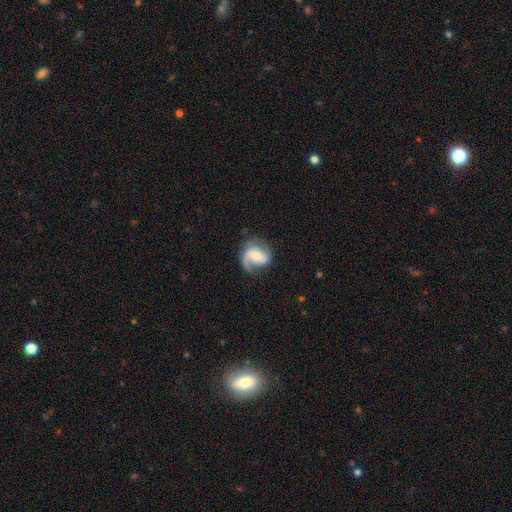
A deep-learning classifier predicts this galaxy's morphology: smooth-or-featured: featured or disk: 74% | smooth: 20% | star or artifact: 6%
  disk-edge-on: no: 97% | yes: 3%
    bar: weak: 44% | no: 34% | strong: 22%
    has-spiral-arms: yes: 92% | no: 8%
      spiral-winding: loose: 43% | medium: 40% | tight: 16%
      spiral-arm-count: 2: 54% | 1: 39% | can't tell: 5% | 3: 1% | 4: 1% | more than 4: 1%
    bulge-size: moderate: 56% | small: 35% | large: 5% | none: 2% | dominant: 1%
  merging: none: 60% | minor disturbance: 23% | major disturbance: 16% | merger: 2%